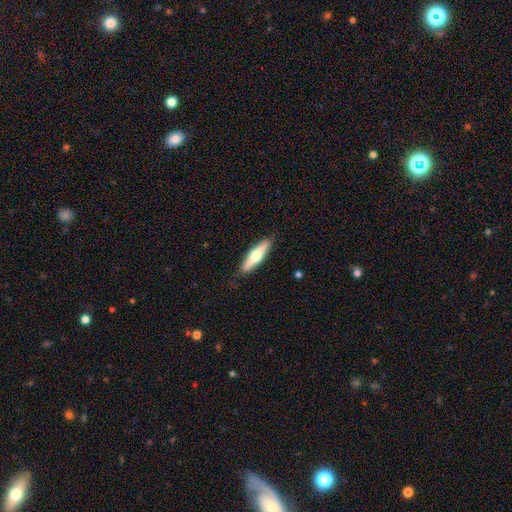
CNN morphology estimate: The model was most divided on "smooth or featured": smooth: 55%, featured or disk: 40%, star or artifact: 5%. More confident: merging — none (87%); how rounded — cigar-shaped (72%).